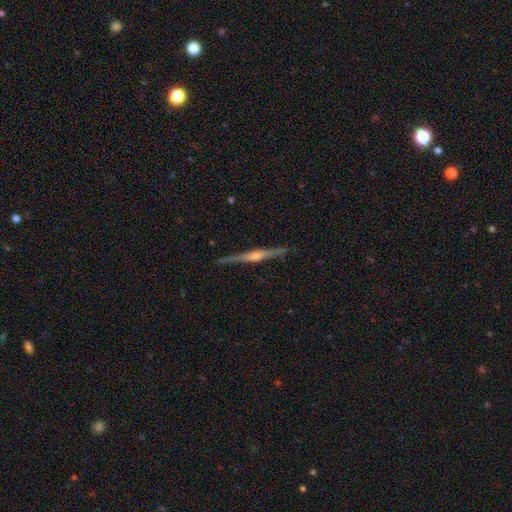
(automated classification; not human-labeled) The model was most divided on "smooth or featured": featured or disk: 84%, smooth: 10%, star or artifact: 5%. More confident: edge-on disk — yes (98%); merging — none (91%); edge-on bulge — rounded (84%).